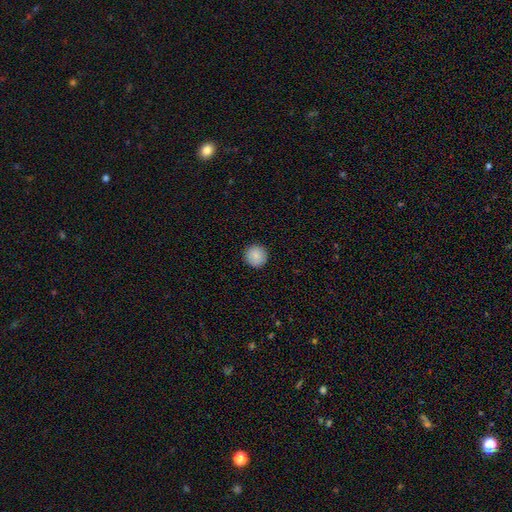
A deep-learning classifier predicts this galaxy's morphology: smooth-or-featured: smooth: 87% | star or artifact: 8% | featured or disk: 6%
  how-rounded: round: 95% | in between: 4% | cigar-shaped: 1%
  merging: none: 92% | minor disturbance: 6% | major disturbance: 2% | merger: 1%